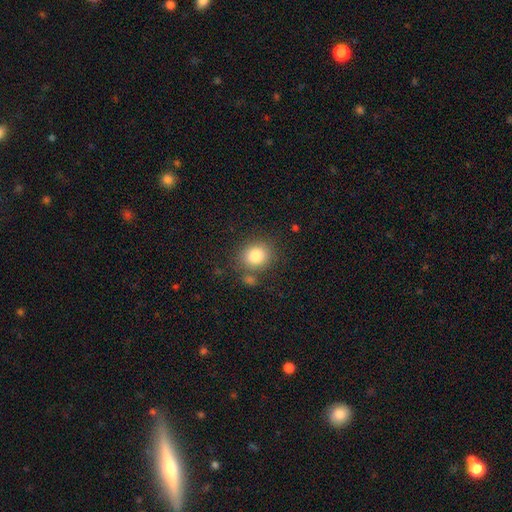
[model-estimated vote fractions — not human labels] Overall: smooth (82%). How rounded: round (67%; in between 32%). Merging: none (75%).